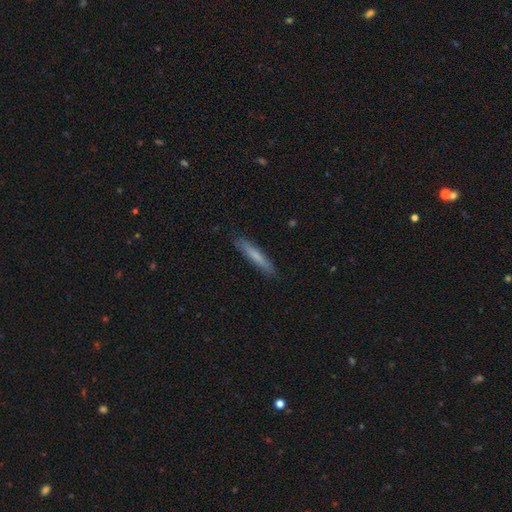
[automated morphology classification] Smooth or featured? Predicted: smooth (p=0.71). How rounded? Predicted: cigar-shaped (p=0.93). Merging? Predicted: none (p=0.89).